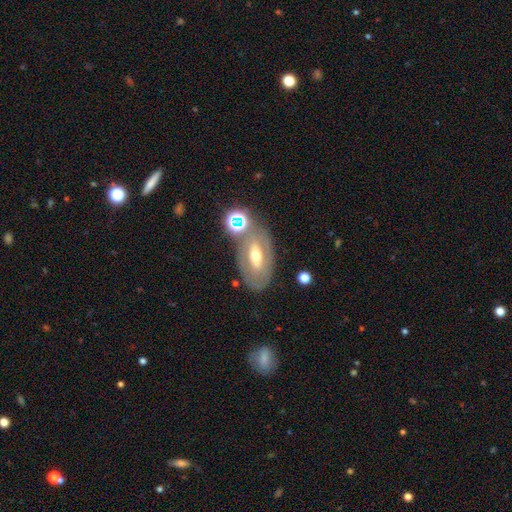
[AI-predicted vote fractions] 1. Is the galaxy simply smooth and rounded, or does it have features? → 61% featured or disk, 30% smooth, 9% star or artifact.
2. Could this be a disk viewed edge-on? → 88% no, 12% yes.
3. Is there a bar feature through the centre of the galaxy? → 45% no, 31% weak, 25% strong.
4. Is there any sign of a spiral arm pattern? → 67% no, 33% yes.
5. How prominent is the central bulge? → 65% moderate, 26% small, 6% large, 1% none, 1% dominant.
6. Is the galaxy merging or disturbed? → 69% none, 15% minor disturbance, 9% merger, 7% major disturbance.